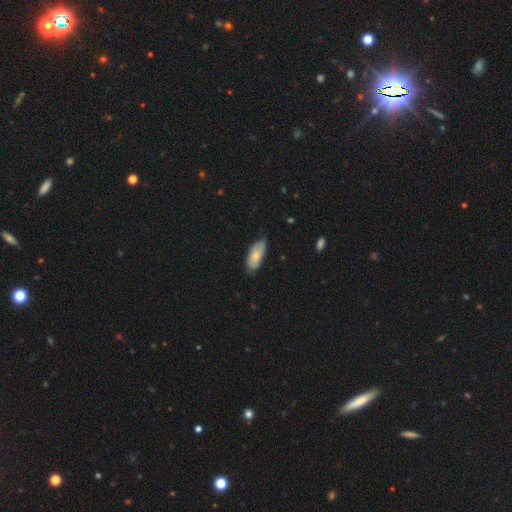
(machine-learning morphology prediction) Smooth or featured? Predicted: smooth (p=0.71). How rounded? Predicted: in between (p=0.85). Merging? Predicted: none (p=0.68).